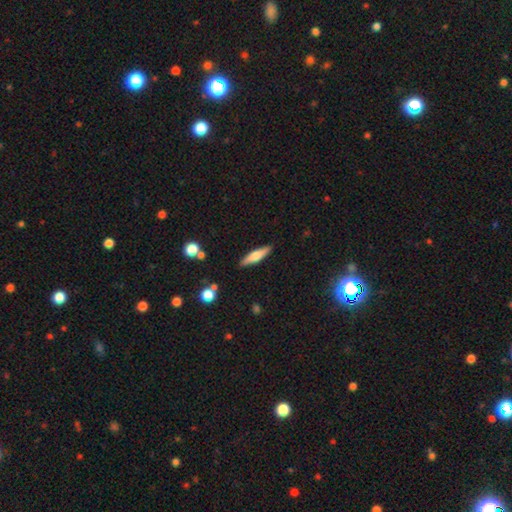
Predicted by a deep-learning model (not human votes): Smooth or featured: smooth — 55% (featured or disk — 39%)
How rounded: cigar-shaped — 77% (in between — 21%)
Merging: none — 88% (minor disturbance — 9%)